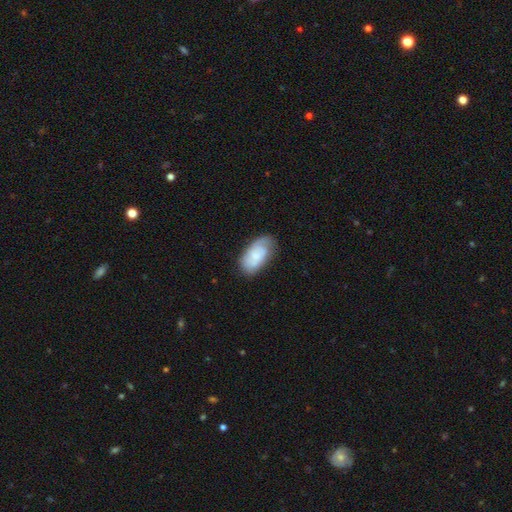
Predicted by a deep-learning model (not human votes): Smooth or featured?
  - smooth: 50% *
  - featured or disk: 43%
  - star or artifact: 7%
How rounded?
  - in between: 94% *
  - round: 4%
  - cigar-shaped: 3%
Merging?
  - none: 67% *
  - minor disturbance: 24%
  - major disturbance: 7%
  - merger: 2%